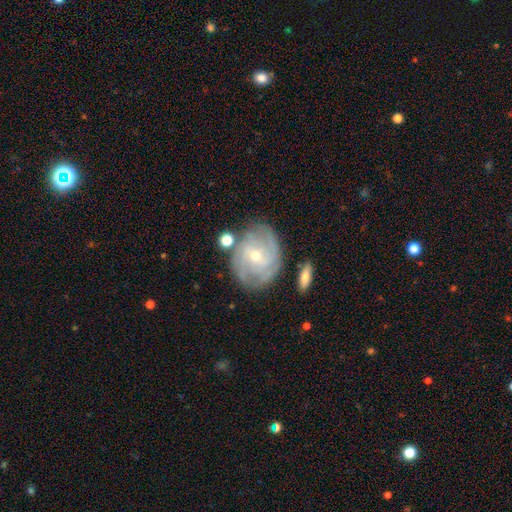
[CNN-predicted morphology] smooth-or-featured: featured or disk: 78% | smooth: 15% | star or artifact: 7%
  disk-edge-on: no: 97% | yes: 3%
    bar: no: 63% | weak: 31% | strong: 6%
    has-spiral-arms: yes: 89% | no: 11%
      spiral-winding: tight: 63% | medium: 29% | loose: 9%
      spiral-arm-count: can't tell: 40% | 3: 19% | 2: 17% | 4: 14% | more than 4: 6% | 1: 5%
    bulge-size: small: 67% | moderate: 30% | large: 1% | none: 1% | dominant: 1%
  merging: none: 71% | minor disturbance: 17% | major disturbance: 6% | merger: 5%